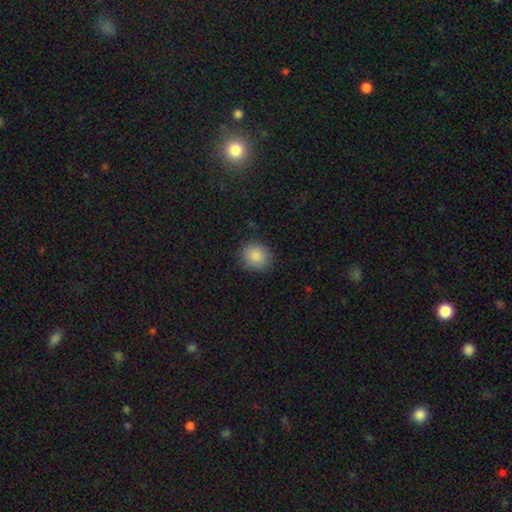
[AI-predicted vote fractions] smooth_or_featured: smooth (p=0.87) [alt: star or artifact p=0.09]
how_rounded: round (p=0.83) [alt: in between p=0.16]
merging: none (p=0.87) [alt: minor disturbance p=0.10]